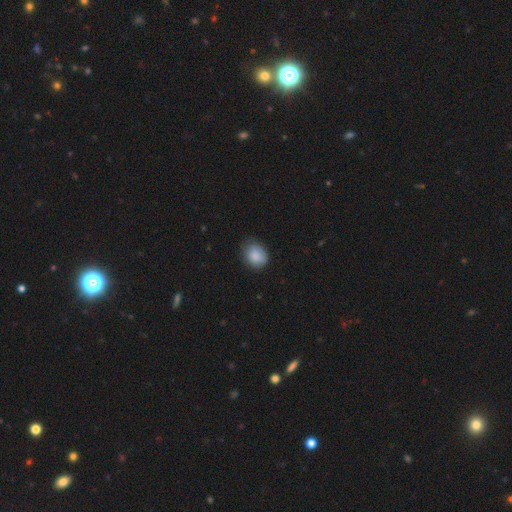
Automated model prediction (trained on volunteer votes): smooth_or_featured: smooth (p=0.86) [alt: star or artifact p=0.08]
how_rounded: in between (p=0.52) [alt: round p=0.47]
merging: none (p=0.70) [alt: minor disturbance p=0.25]